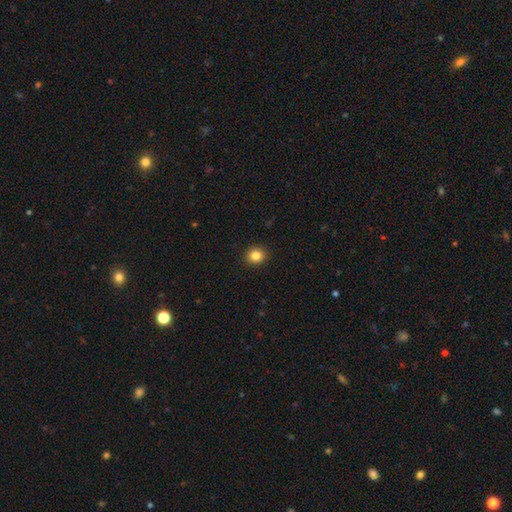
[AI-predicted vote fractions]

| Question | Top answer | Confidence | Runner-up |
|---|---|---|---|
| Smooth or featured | smooth | 84% | star or artifact (11%) |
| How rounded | round | 84% | in between (15%) |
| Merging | none | 92% | minor disturbance (5%) |